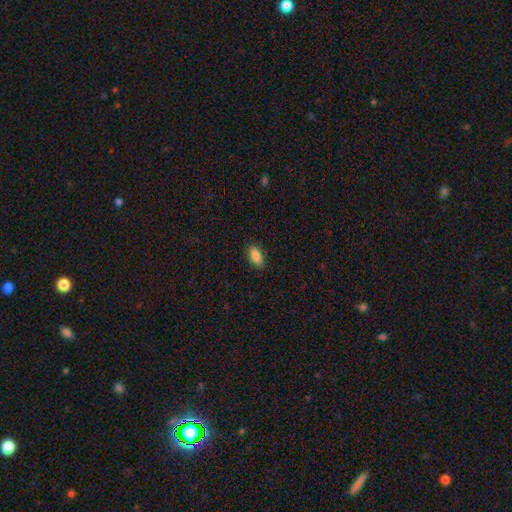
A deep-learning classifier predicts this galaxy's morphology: Overall: smooth (86%). How rounded: in between (90%). Merging: none (88%).